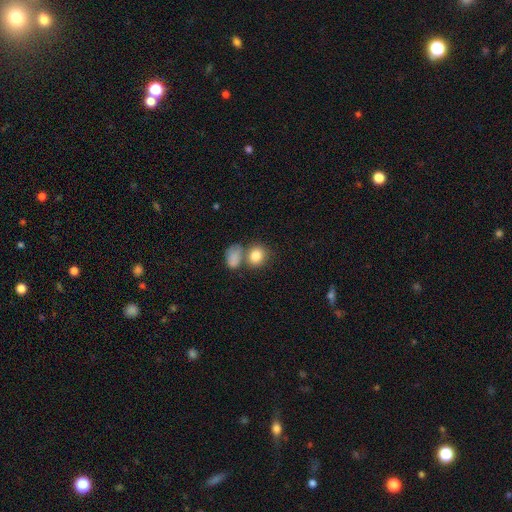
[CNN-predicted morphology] The model was most divided on "merging": none: 47%, merger: 36%, minor disturbance: 12%, major disturbance: 6%. More confident: smooth or featured — smooth (82%); how rounded — round (63%).